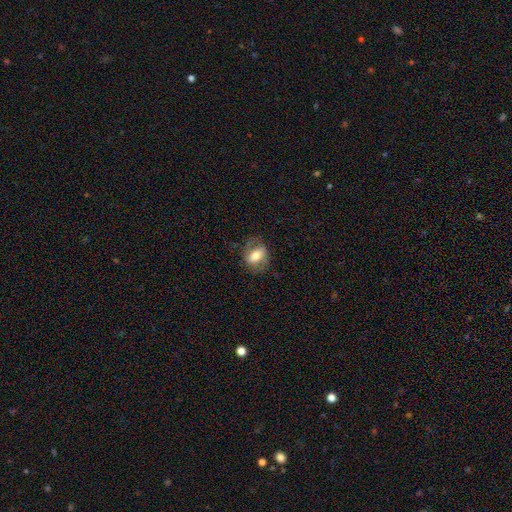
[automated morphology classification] smooth-or-featured: smooth: 58% | featured or disk: 34% | star or artifact: 8%
  how-rounded: in between: 71% | round: 26% | cigar-shaped: 3%
  merging: none: 71% | minor disturbance: 19% | major disturbance: 9% | merger: 1%